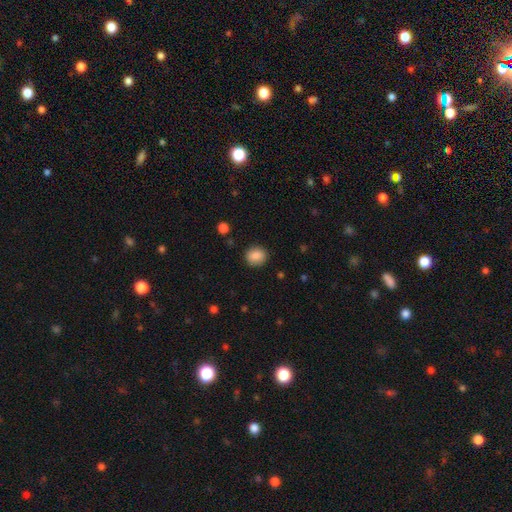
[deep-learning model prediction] Q: Smooth or featured?
A: smooth (88%); runner-up: star or artifact (9%)
Q: How rounded?
A: round (79%); runner-up: in between (20%)
Q: Merging?
A: none (88%); runner-up: minor disturbance (8%)